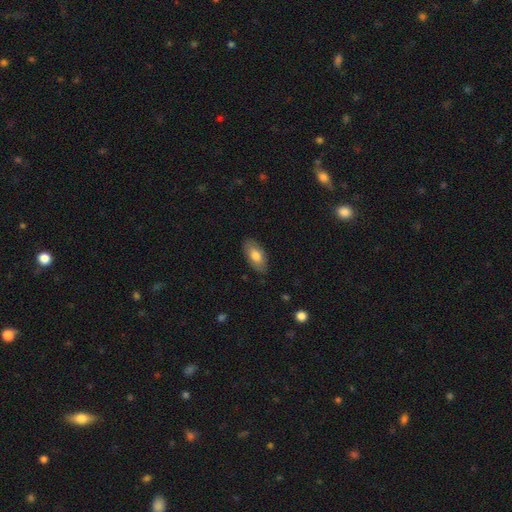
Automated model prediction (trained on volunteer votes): Smooth or featured? smooth (75%)
How rounded? in between (92%)
Merging? none (84%)